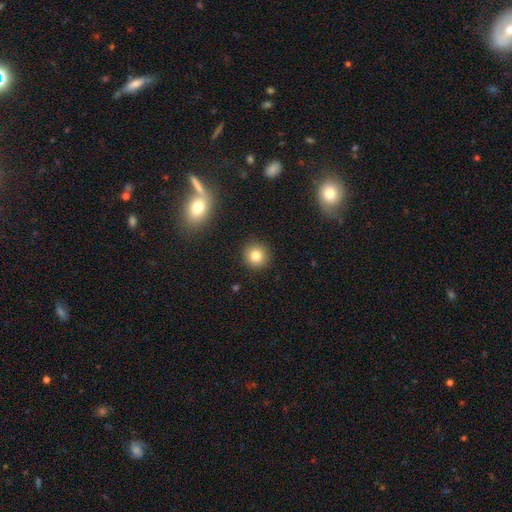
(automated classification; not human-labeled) This is clearly a smooth galaxy (81%). How rounded: clearly round (93%). Merging: clearly none (91%).